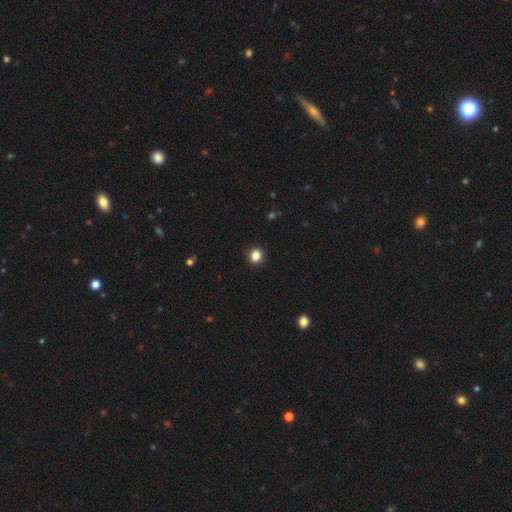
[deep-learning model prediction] This is clearly a smooth galaxy (85%). How rounded: clearly round (80%). Merging: clearly none (91%).